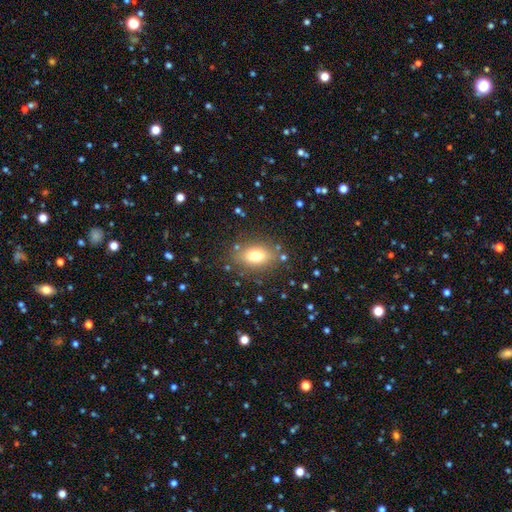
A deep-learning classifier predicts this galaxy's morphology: Q: Smooth or featured?
A: smooth (76%); runner-up: featured or disk (14%)
Q: How rounded?
A: in between (78%); runner-up: round (19%)
Q: Merging?
A: none (81%); runner-up: minor disturbance (12%)